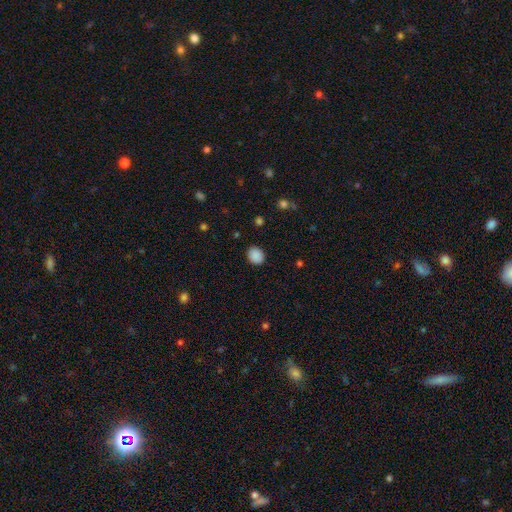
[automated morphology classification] This appears to be a smooth galaxy with no disk features (88%) that is round (65%). Merging: none (89%).